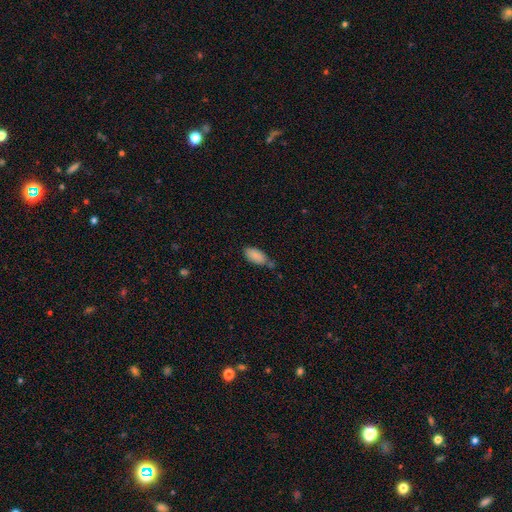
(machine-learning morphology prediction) Q: Smooth or featured?
A: smooth (88%); runner-up: star or artifact (7%)
Q: How rounded?
A: in between (90%); runner-up: cigar-shaped (8%)
Q: Merging?
A: none (57%); runner-up: minor disturbance (28%)